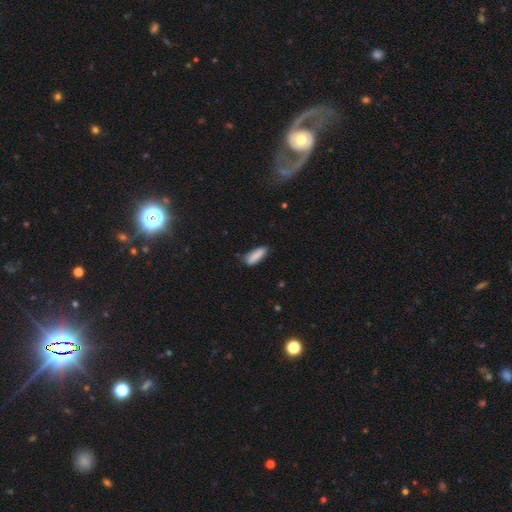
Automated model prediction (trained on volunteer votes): smooth-or-featured: smooth: 87% | star or artifact: 7% | featured or disk: 6%
  how-rounded: in between: 54% | cigar-shaped: 45% | round: 2%
  merging: none: 73% | minor disturbance: 21% | major disturbance: 4% | merger: 2%